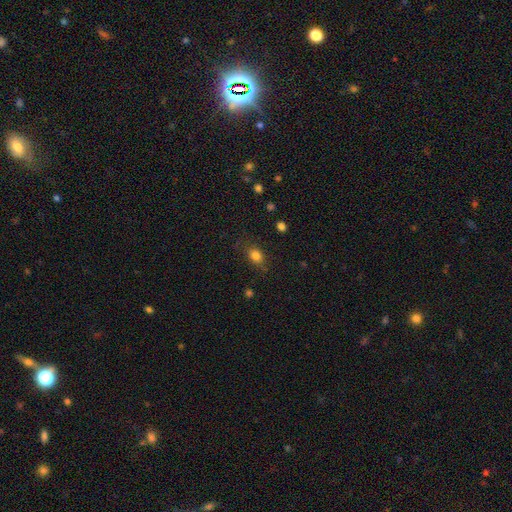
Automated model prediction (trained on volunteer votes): This appears to be a smooth galaxy with no disk features (81%) that is in between round and cigar-shaped (64%). Merging: none (76%).